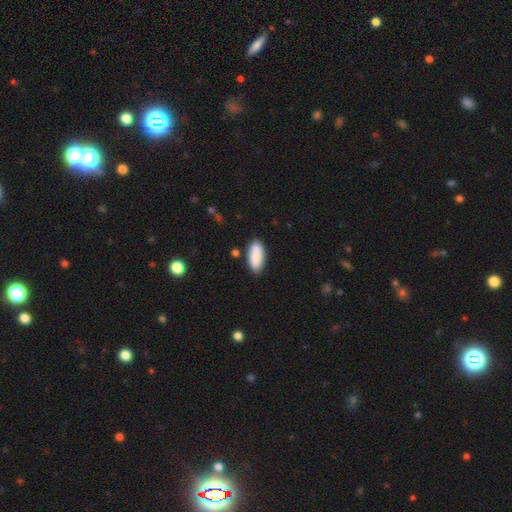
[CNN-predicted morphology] smooth_or_featured: smooth (p=0.85) [alt: featured or disk p=0.09]
how_rounded: in between (p=0.85) [alt: cigar-shaped p=0.13]
merging: none (p=0.78) [alt: minor disturbance p=0.15]